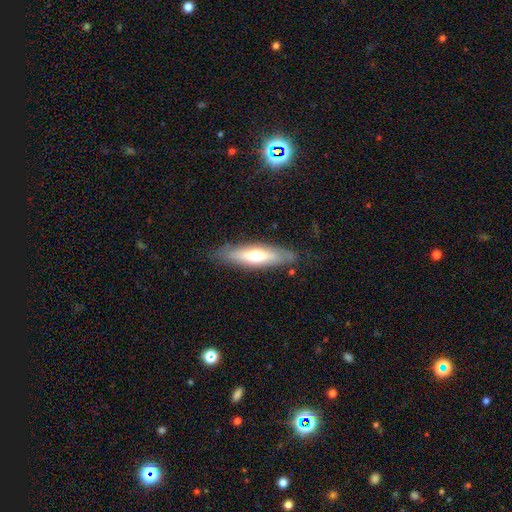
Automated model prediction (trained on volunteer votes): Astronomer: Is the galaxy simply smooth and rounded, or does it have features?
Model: smooth — 57% (runner-up: featured or disk, 38%).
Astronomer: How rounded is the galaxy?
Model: cigar-shaped — 66%.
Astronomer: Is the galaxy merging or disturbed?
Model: none — 82%.